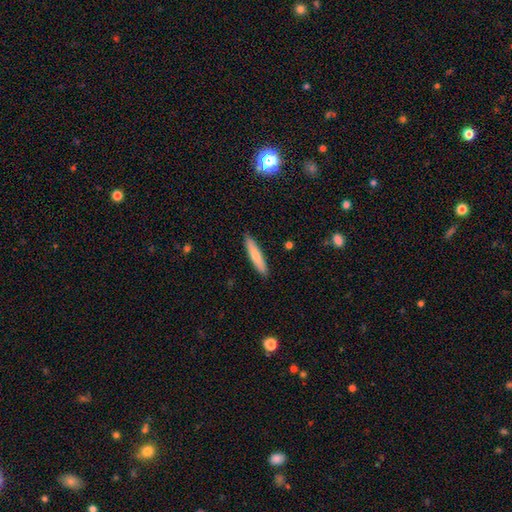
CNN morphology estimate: Overall: smooth (71%). How rounded: cigar-shaped (86%). Merging: none (90%).